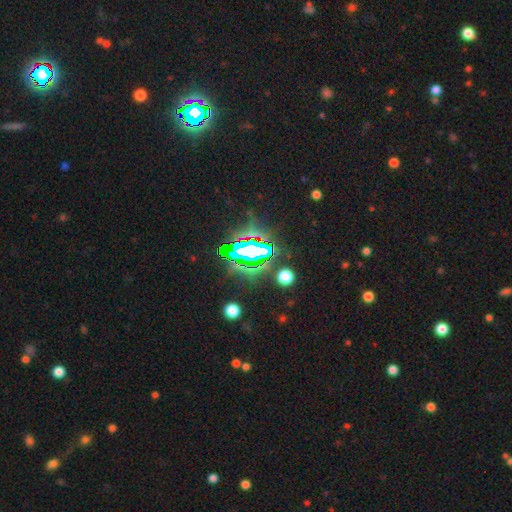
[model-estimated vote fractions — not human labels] The model was most divided on "smooth or featured": star or artifact: 80%, smooth: 11%, featured or disk: 9%.